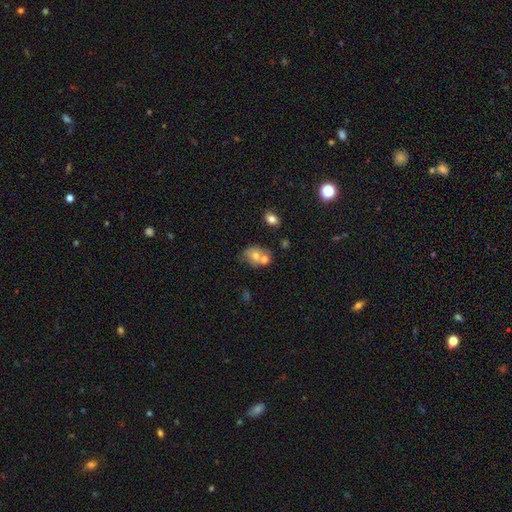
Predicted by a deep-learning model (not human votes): Smooth or featured?
  - smooth: 69% *
  - featured or disk: 20%
  - star or artifact: 11%
How rounded?
  - round: 50% *
  - in between: 49%
  - cigar-shaped: 1%
Merging?
  - none: 43% *
  - merger: 39%
  - minor disturbance: 13%
  - major disturbance: 5%